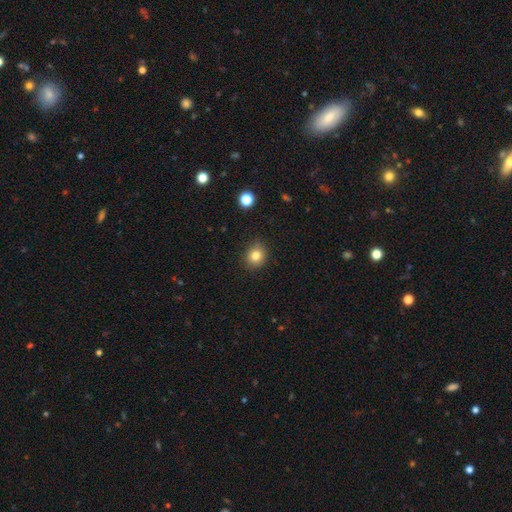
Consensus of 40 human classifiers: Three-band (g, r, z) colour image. It shows a smooth galaxy with no disk features (80%) that is round (84%). Merging: none (89%).